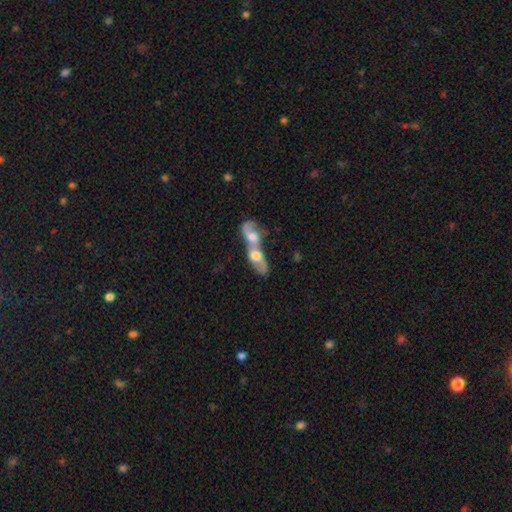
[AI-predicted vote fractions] The model was most divided on "smooth or featured": smooth: 50%, featured or disk: 42%, star or artifact: 8%. More confident: merging — merger (87%).